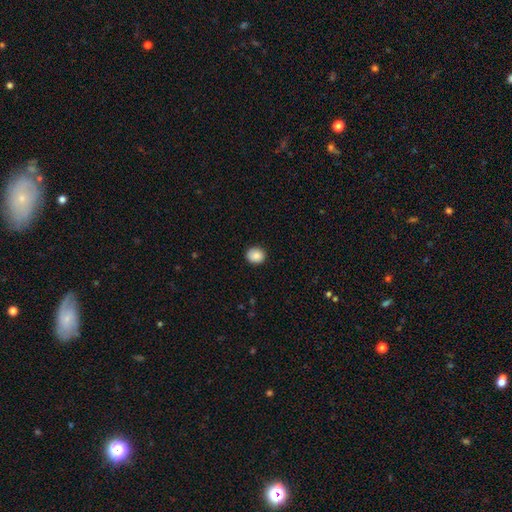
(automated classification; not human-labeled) smooth_or_featured: smooth (p=0.87) [alt: star or artifact p=0.08]
how_rounded: round (p=0.81) [alt: in between p=0.18]
merging: none (p=0.90) [alt: minor disturbance p=0.07]